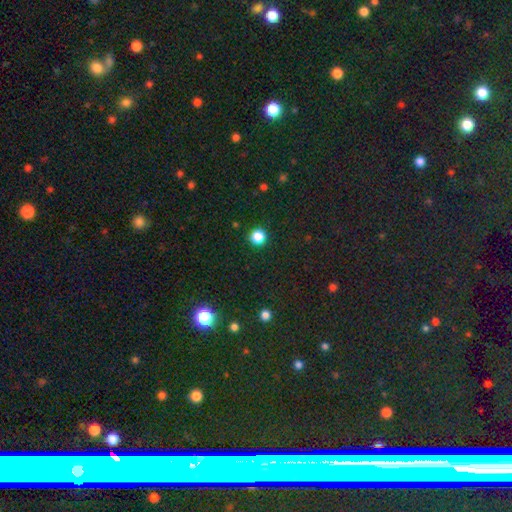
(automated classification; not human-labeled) Smooth or featured?
  - star or artifact: 72% *
  - smooth: 19%
  - featured or disk: 9%